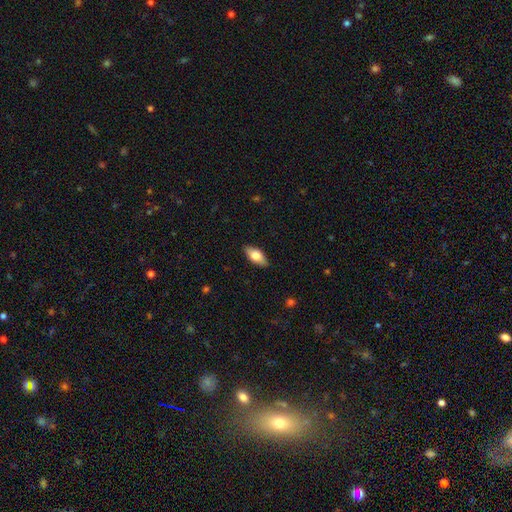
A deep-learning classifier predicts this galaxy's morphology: A smooth galaxy with no disk features (70%) that is in between round and cigar-shaped (86%).

Vote fractions:
- Smooth or featured? smooth: 70% / featured or disk: 24% / star or artifact: 6%
- How rounded? in between: 86% / cigar-shaped: 11% / round: 3%
- Merging? none: 87% / minor disturbance: 10% / major disturbance: 2% / merger: 1%